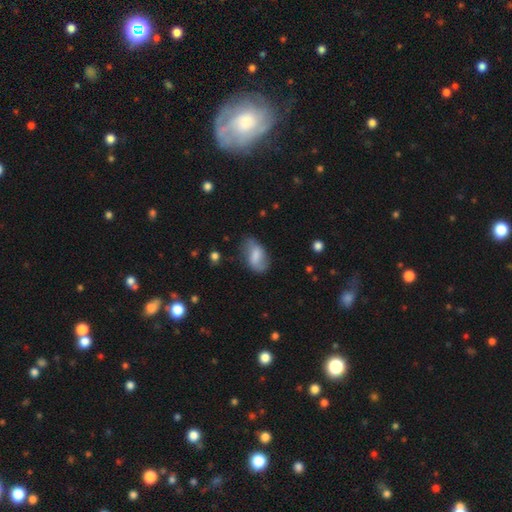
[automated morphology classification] type=smooth (64%); roundness=in between (90%); merging=none (60%).